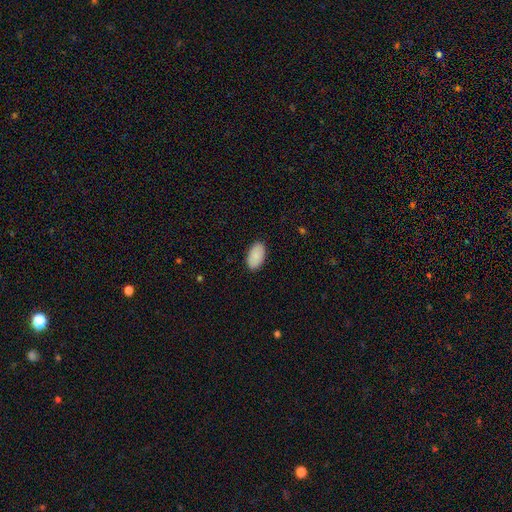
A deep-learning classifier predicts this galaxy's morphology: This is clearly a smooth galaxy (90%). How rounded: clearly in between (95%). Merging: clearly none (88%).